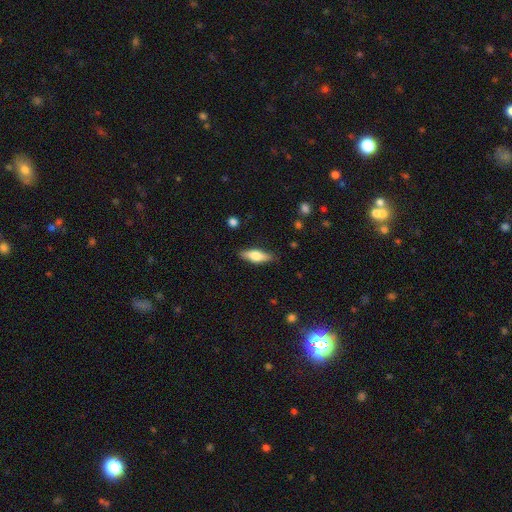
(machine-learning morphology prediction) The model was most divided on "how rounded": in between: 54%, cigar-shaped: 43%, round: 3%. More confident: merging — none (85%); smooth or featured — smooth (60%).